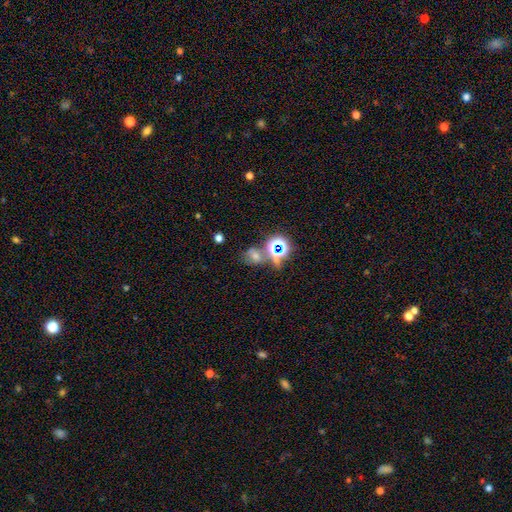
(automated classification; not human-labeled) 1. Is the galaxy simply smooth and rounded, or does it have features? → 57% star or artifact, 28% smooth, 15% featured or disk.